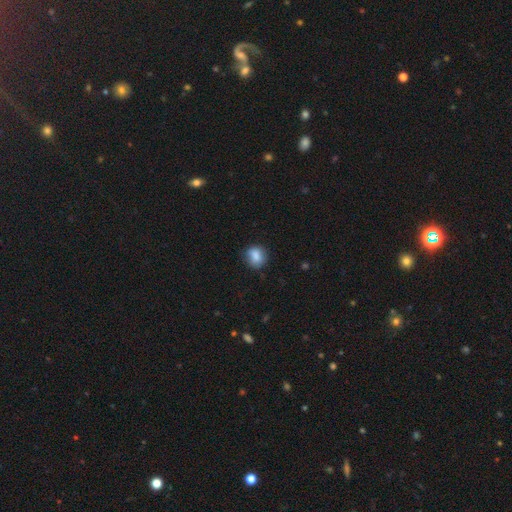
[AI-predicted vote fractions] Smooth or featured: smooth — 83% (star or artifact — 9%)
How rounded: round — 72% (in between — 27%)
Merging: none — 74% (minor disturbance — 20%)